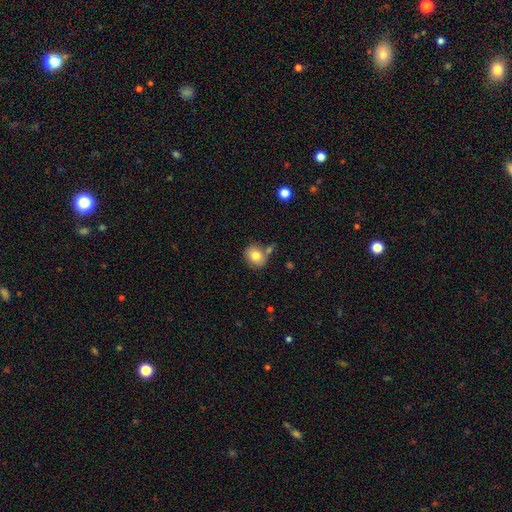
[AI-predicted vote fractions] Q: Smooth or featured?
A: smooth (78%); runner-up: featured or disk (12%)
Q: How rounded?
A: round (64%); runner-up: in between (35%)
Q: Merging?
A: none (68%); runner-up: minor disturbance (14%)